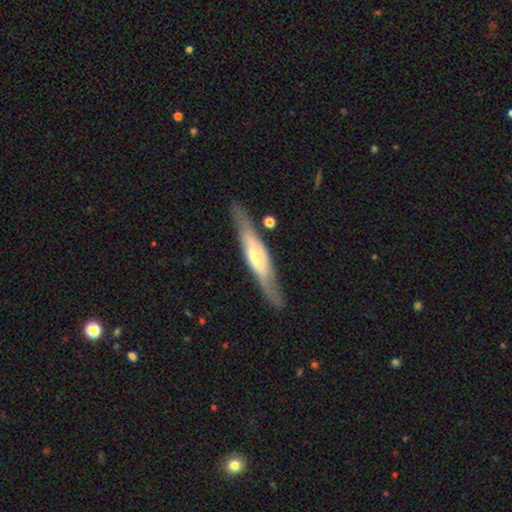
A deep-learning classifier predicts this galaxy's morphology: A featured or disk galaxy (61%) viewed edge-on (78%).

Vote fractions:
- Smooth or featured? featured or disk: 61% / smooth: 33% / star or artifact: 5%
- Edge-on disk? yes: 78% / no: 22%
- Merging? none: 82% / minor disturbance: 12% / major disturbance: 4% / merger: 2%